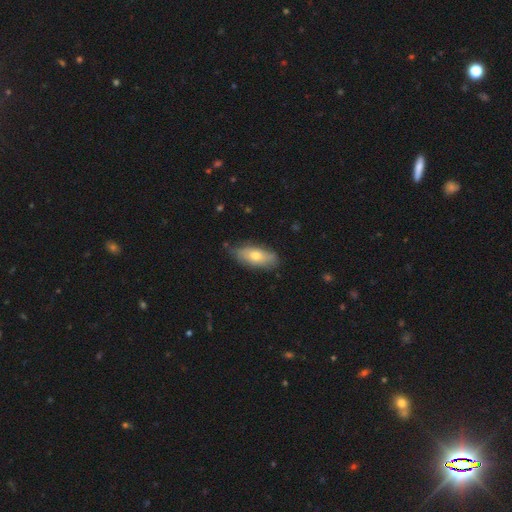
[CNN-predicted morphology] Smooth or featured? Predicted: smooth (p=0.64). How rounded? Predicted: in between (p=0.84). Merging? Predicted: none (p=0.73).